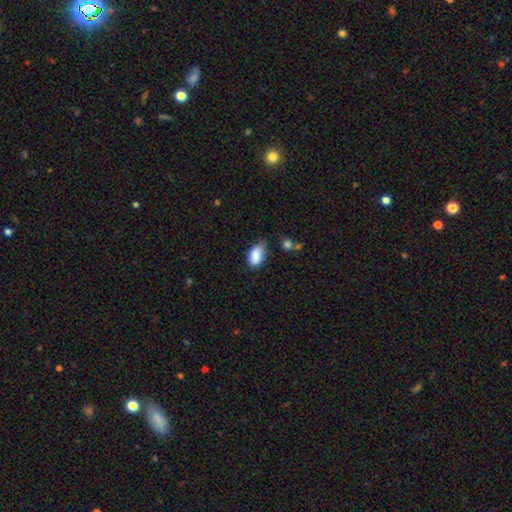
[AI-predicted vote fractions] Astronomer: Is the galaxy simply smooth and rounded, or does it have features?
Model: smooth — 84%.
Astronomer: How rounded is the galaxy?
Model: in between — 90%.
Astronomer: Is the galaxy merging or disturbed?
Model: none — 44% (runner-up: minor disturbance, 40%).